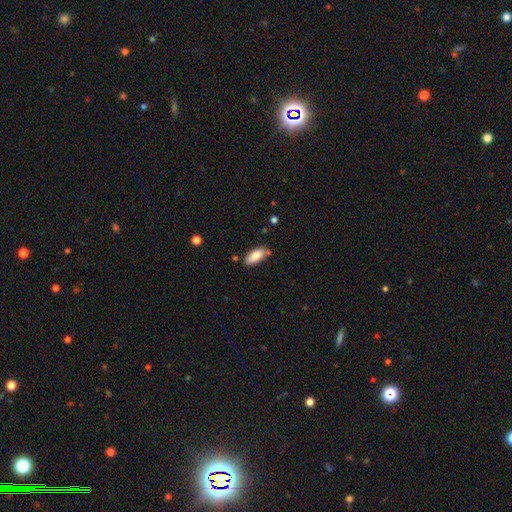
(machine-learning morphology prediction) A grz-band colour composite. It shows a smooth galaxy with no disk features (83%) that is in between round and cigar-shaped (84%). Merging: none (73%).